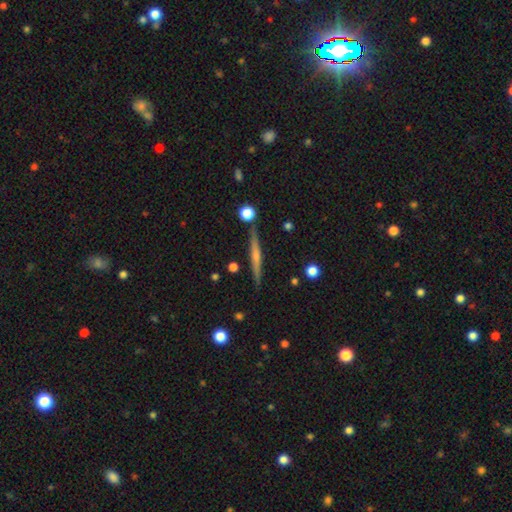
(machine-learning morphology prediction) Smooth or featured: featured or disk — 62% (smooth — 31%)
Edge-on disk: yes — 97% (no — 3%)
Edge-on bulge: rounded — 55% (none — 37%)
Merging: none — 88% (minor disturbance — 8%)